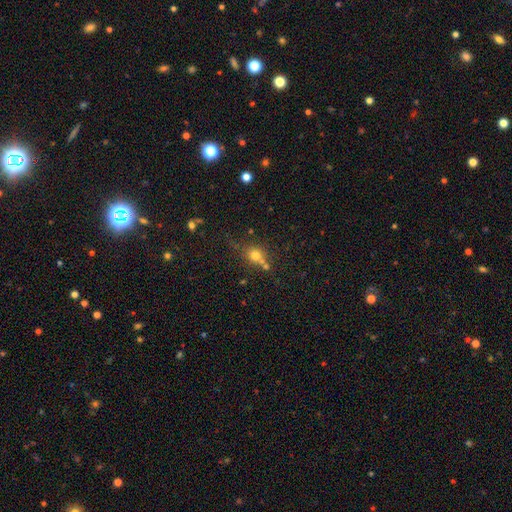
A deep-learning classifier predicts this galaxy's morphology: Q: Smooth or featured?
A: smooth (71%); runner-up: star or artifact (17%)
Q: How rounded?
A: round (79%); runner-up: in between (19%)
Q: Merging?
A: none (56%); runner-up: merger (25%)